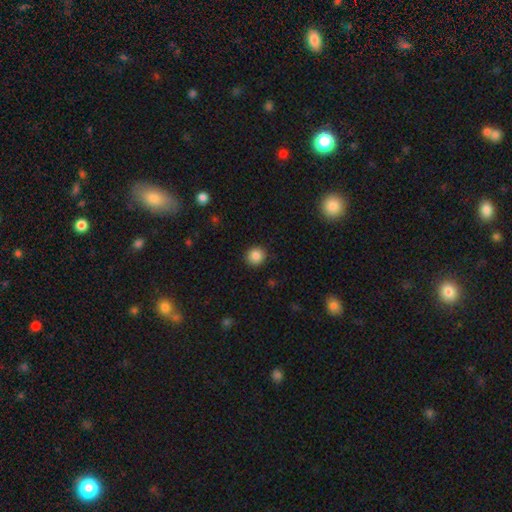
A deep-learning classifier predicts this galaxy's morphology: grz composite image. It shows a smooth galaxy with no disk features (87%) that is round (90%). Merging: none (90%).